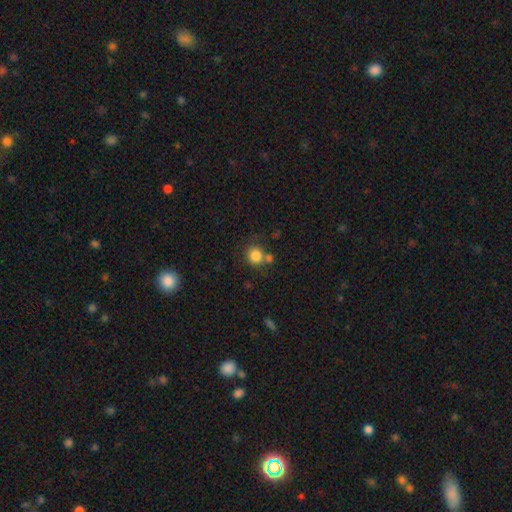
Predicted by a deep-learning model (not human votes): This appears to be a smooth galaxy with no disk features (83%) that is round (84%). Merging: none (58%).